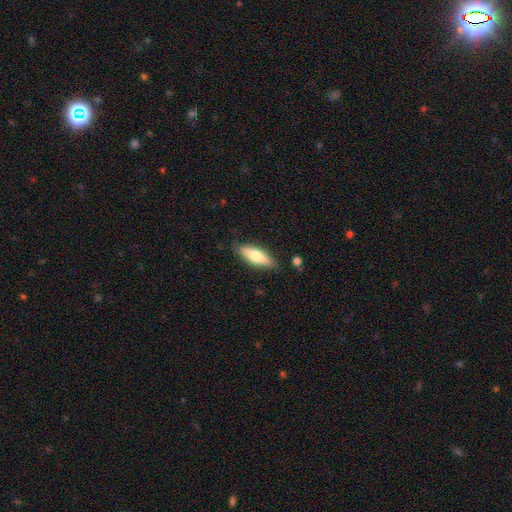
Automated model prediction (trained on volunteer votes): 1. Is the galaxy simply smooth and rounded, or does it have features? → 65% smooth, 29% featured or disk, 6% star or artifact.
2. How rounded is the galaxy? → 60% in between, 38% cigar-shaped, 2% round.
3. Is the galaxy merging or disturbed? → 83% none, 13% minor disturbance, 3% major disturbance, 2% merger.